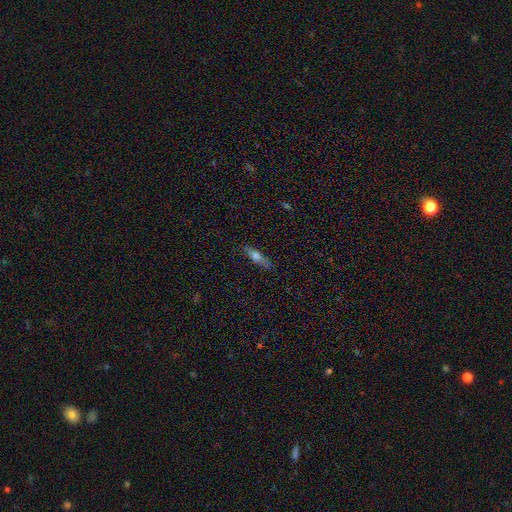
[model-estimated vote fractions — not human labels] Smooth or featured: smooth — 62% (featured or disk — 29%)
How rounded: cigar-shaped — 59% (in between — 38%)
Merging: none — 77% (minor disturbance — 17%)